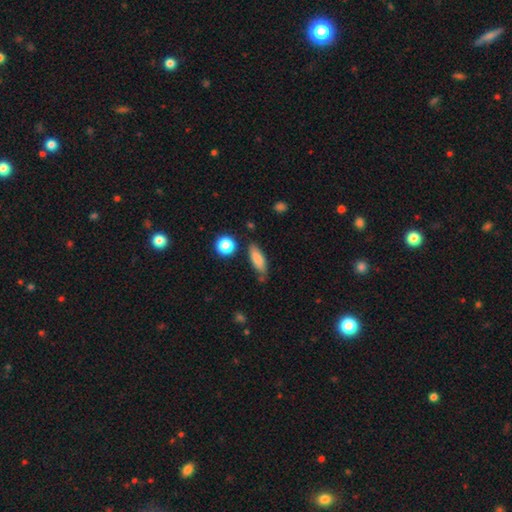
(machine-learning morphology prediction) A smooth galaxy with no disk features (80%) that is in between round and cigar-shaped (56%).

Vote fractions:
- Smooth or featured? smooth: 80% / featured or disk: 12% / star or artifact: 8%
- How rounded? in between: 56% / cigar-shaped: 40% / round: 4%
- Merging? none: 72% / minor disturbance: 18% / merger: 6% / major disturbance: 4%